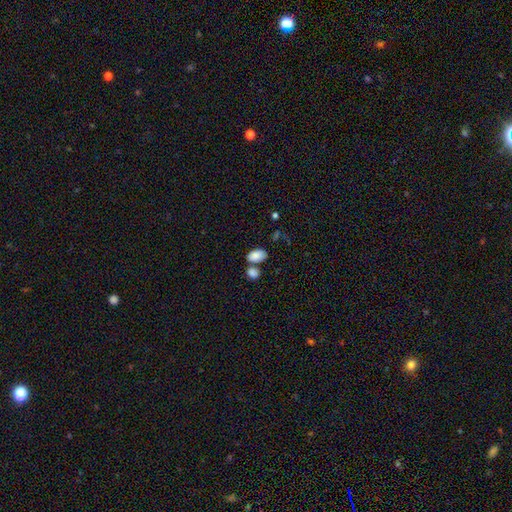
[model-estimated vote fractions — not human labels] This appears to be a smooth galaxy with no disk features (85%) that is in between round and cigar-shaped (90%). Merging: none (53%).